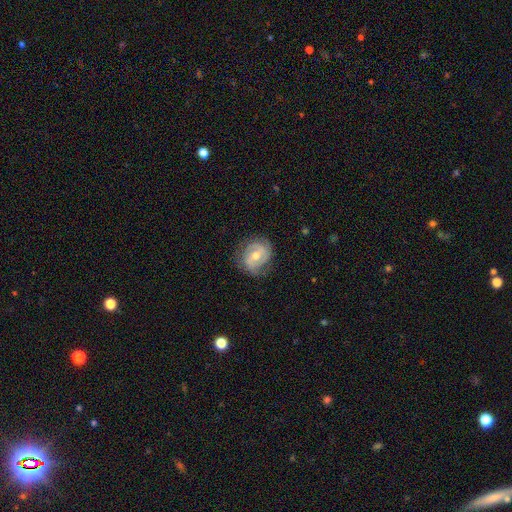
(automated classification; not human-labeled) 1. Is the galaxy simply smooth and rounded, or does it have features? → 77% featured or disk, 16% smooth, 7% star or artifact.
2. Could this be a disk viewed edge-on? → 97% no, 3% yes.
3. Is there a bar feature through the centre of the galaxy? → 45% weak, 36% no, 19% strong.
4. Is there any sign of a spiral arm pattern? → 90% yes, 10% no.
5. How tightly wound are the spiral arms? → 53% tight, 36% medium, 11% loose.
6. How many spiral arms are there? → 65% 2, 18% can't tell, 10% 3, 4% 1, 2% 4, 2% more than 4.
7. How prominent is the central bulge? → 65% moderate, 31% small, 3% large, 1% none, 1% dominant.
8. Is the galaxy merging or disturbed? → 75% none, 17% minor disturbance, 6% major disturbance, 1% merger.